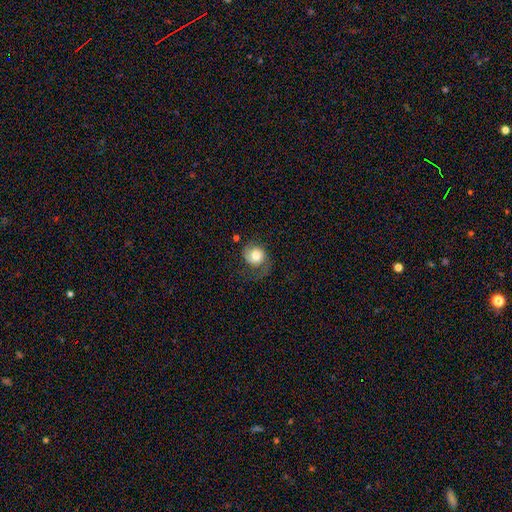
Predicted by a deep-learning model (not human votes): Q: Smooth or featured?
A: smooth (50%); runner-up: featured or disk (42%)
Q: How rounded?
A: round (72%); runner-up: in between (27%)
Q: Merging?
A: none (48%); runner-up: major disturbance (26%)